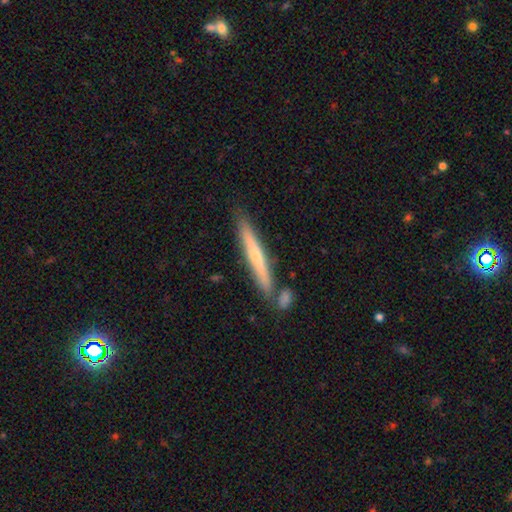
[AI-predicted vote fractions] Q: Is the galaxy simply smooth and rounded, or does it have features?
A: smooth — 49%.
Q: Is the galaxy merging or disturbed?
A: none — 76%.